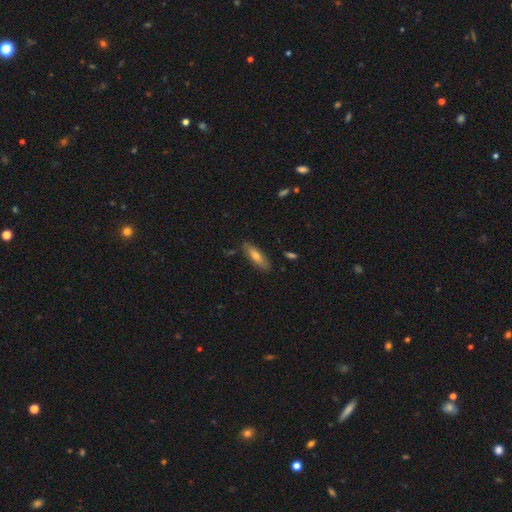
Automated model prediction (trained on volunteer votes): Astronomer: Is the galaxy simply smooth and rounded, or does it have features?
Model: smooth — 65%.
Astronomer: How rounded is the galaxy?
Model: in between — 52% (runner-up: cigar-shaped, 46%).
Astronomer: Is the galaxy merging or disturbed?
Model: none — 83%.